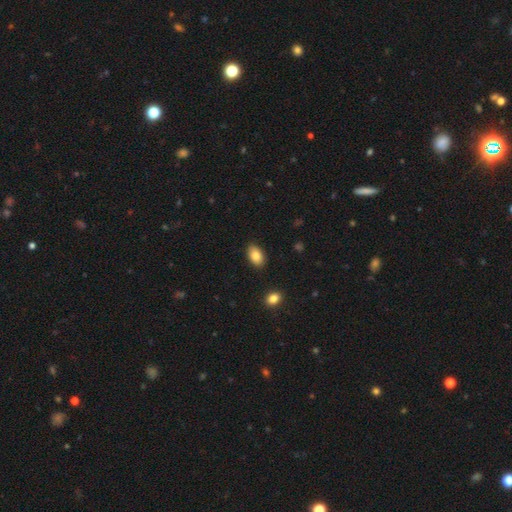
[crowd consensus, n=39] Morphology: type=smooth (90%); roundness=in between (100%); merging=none (92%).